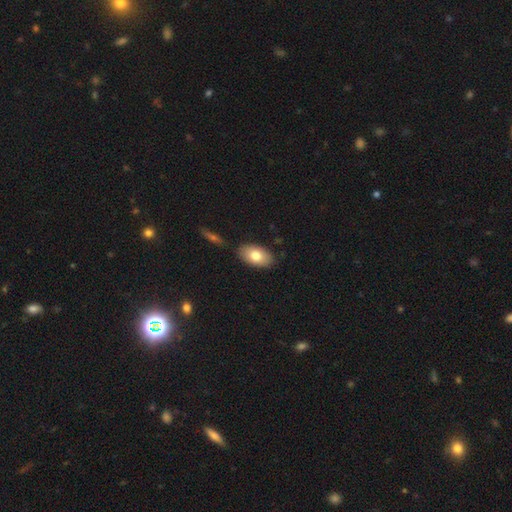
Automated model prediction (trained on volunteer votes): Smooth or featured: smooth — 79% (featured or disk — 15%)
How rounded: in between — 93% (round — 5%)
Merging: none — 83% (minor disturbance — 10%)